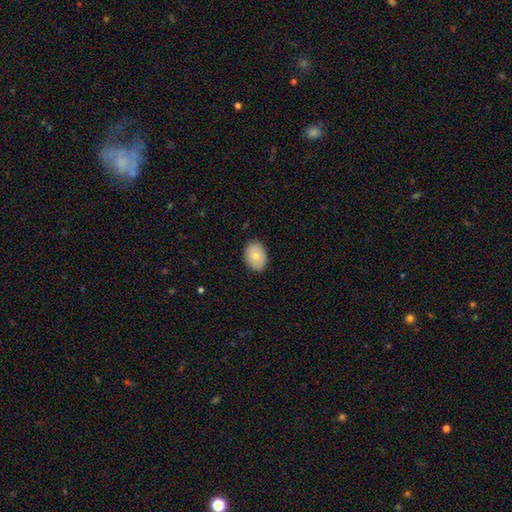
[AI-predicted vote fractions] This appears to be a smooth galaxy with no disk features (78%) that is in between round and cigar-shaped (77%). Merging: none (87%).